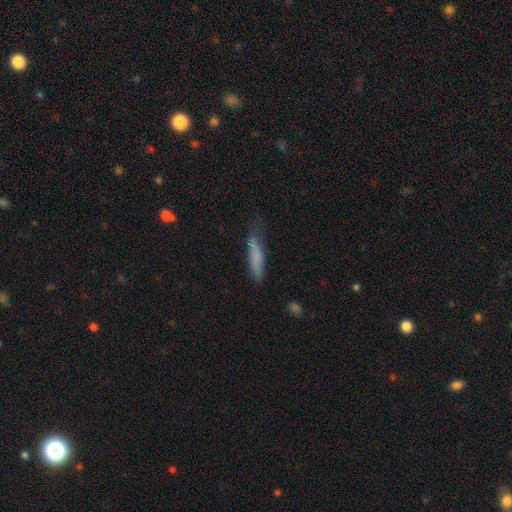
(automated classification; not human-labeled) Smooth or featured?
  - smooth: 74% *
  - featured or disk: 19%
  - star or artifact: 7%
How rounded?
  - cigar-shaped: 85% *
  - in between: 14%
  - round: 2%
Merging?
  - none: 59% *
  - minor disturbance: 29%
  - major disturbance: 10%
  - merger: 2%